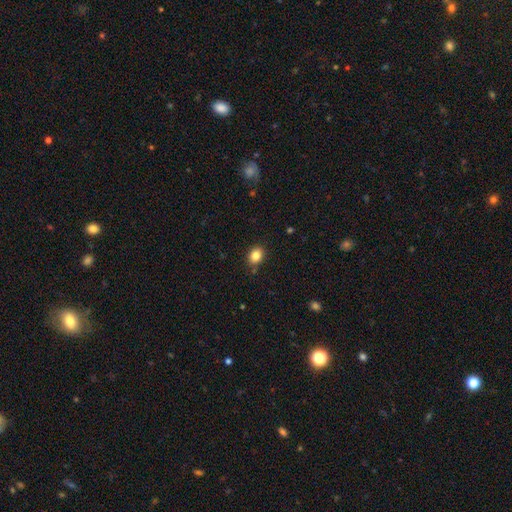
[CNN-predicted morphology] smooth-or-featured: smooth: 84% | star or artifact: 10% | featured or disk: 6%
  how-rounded: in between: 58% | round: 41% | cigar-shaped: 1%
  merging: none: 85% | minor disturbance: 11% | merger: 2% | major disturbance: 2%